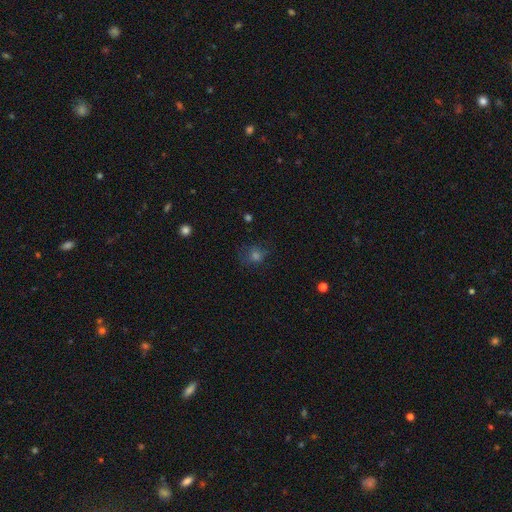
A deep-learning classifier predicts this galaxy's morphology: Smooth or featured? smooth (61%)
How rounded? round (77%)
Merging? none (70%)